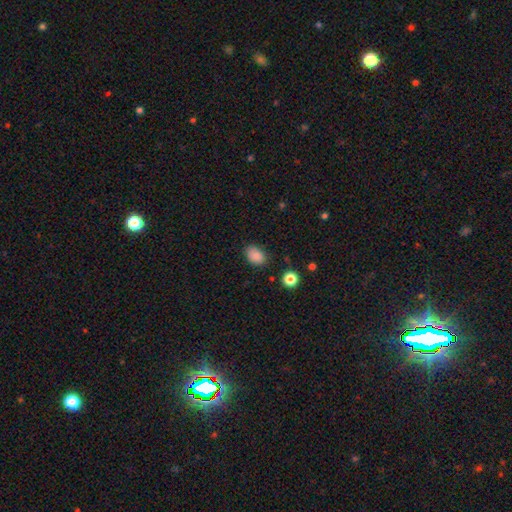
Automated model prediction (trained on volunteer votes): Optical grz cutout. It shows a smooth galaxy with no disk features (86%) that is in between round and cigar-shaped (81%). Merging: none (78%).